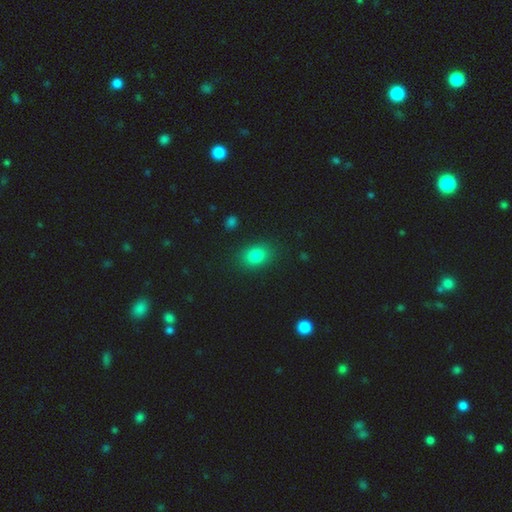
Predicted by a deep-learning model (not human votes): Morphology: type=smooth (82%); roundness=in between (66%); merging=none (85%).